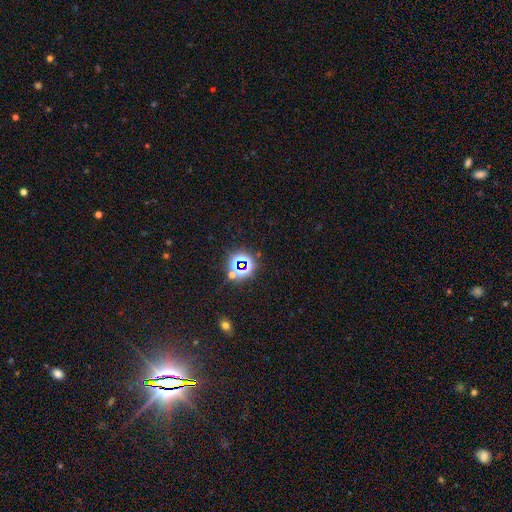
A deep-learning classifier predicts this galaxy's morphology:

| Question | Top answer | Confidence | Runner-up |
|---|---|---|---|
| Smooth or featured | star or artifact | 74% | smooth (17%) |